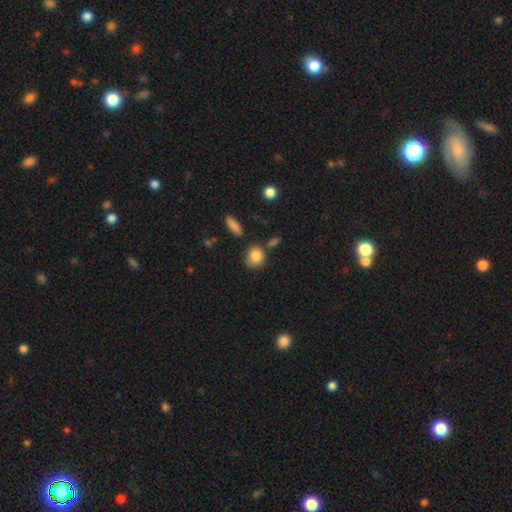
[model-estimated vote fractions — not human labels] Morphology: type=smooth (84%); roundness=round (70%); merging=none (60%).